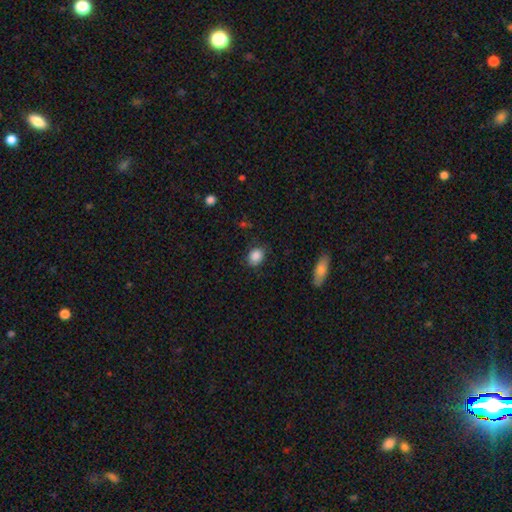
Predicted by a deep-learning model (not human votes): This is clearly a smooth galaxy (87%). How rounded: possibly in between (54%). Merging: likely none (78%).